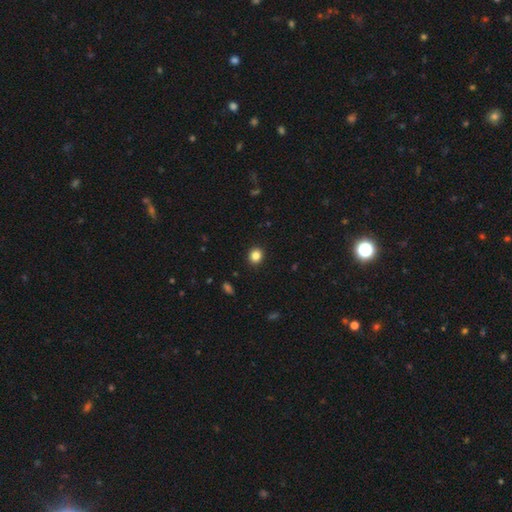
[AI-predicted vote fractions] This is clearly a smooth galaxy (85%). How rounded: likely round (78%). Merging: clearly none (92%).